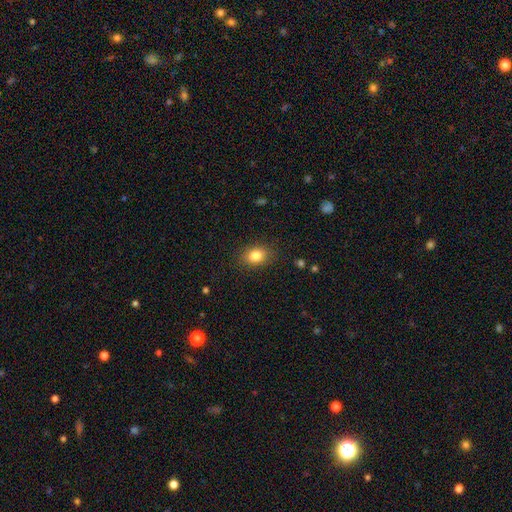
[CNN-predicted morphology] type=smooth (83%); roundness=in between (71%); merging=none (86%).